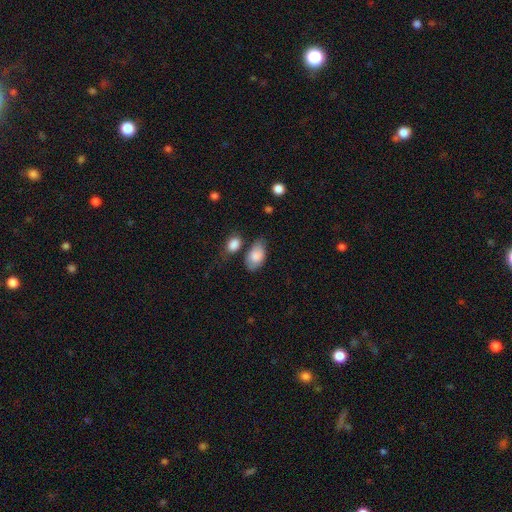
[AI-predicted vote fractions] A smooth galaxy with no disk features (83%) that is in between round and cigar-shaped (92%).

Vote fractions:
- Smooth or featured? smooth: 83% / featured or disk: 11% / star or artifact: 6%
- How rounded? in between: 92% / round: 6% / cigar-shaped: 2%
- Merging? none: 58% / minor disturbance: 23% / merger: 12% / major disturbance: 7%